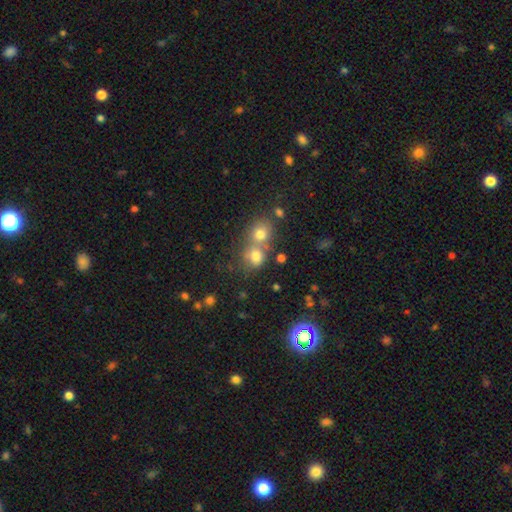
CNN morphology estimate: Smooth or featured?
  - smooth: 73% *
  - star or artifact: 16%
  - featured or disk: 11%
How rounded?
  - round: 72% *
  - in between: 27%
  - cigar-shaped: 1%
Merging?
  - merger: 50% *
  - none: 39%
  - minor disturbance: 8%
  - major disturbance: 4%